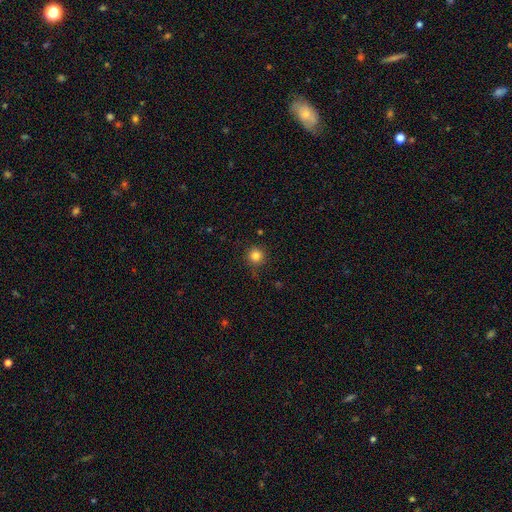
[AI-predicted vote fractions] smooth 82%, star or artifact 13%, featured or disk 5%. Down the decision tree: how rounded — round (95%); merging — none (86%).